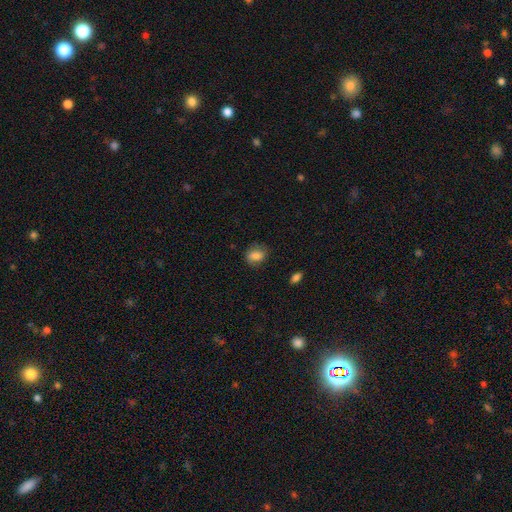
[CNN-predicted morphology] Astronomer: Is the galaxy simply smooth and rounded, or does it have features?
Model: smooth — 82%.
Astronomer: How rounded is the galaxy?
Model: in between — 63%.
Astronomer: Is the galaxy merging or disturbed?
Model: none — 73%.